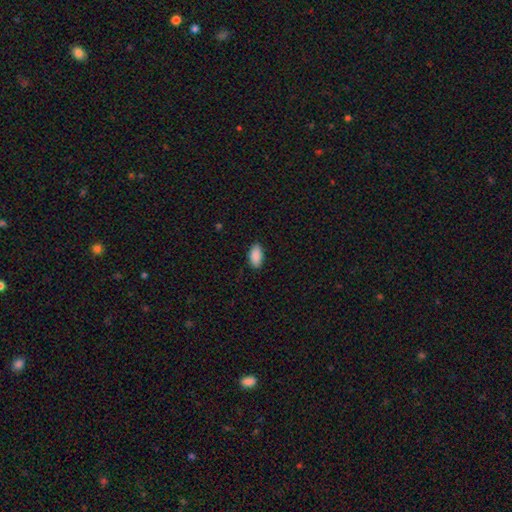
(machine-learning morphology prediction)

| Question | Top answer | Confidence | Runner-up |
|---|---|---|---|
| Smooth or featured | smooth | 90% | star or artifact (7%) |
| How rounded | in between | 94% | cigar-shaped (4%) |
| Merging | none | 87% | minor disturbance (10%) |